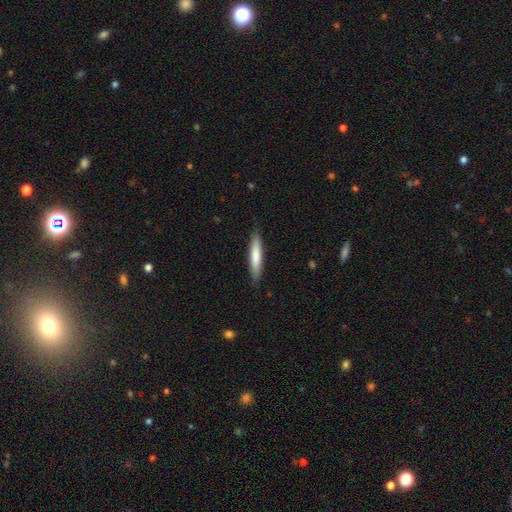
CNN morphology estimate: smooth-or-featured: smooth: 73% | featured or disk: 22% | star or artifact: 5%
  how-rounded: cigar-shaped: 90% | in between: 9% | round: 1%
  merging: none: 88% | minor disturbance: 9% | major disturbance: 2% | merger: 1%